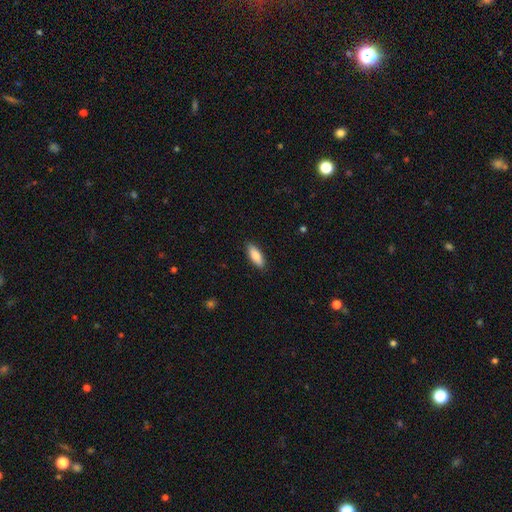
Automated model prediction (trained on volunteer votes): Smooth or featured? Predicted: smooth (p=0.84). How rounded? Predicted: in between (p=0.69). Merging? Predicted: none (p=0.89).